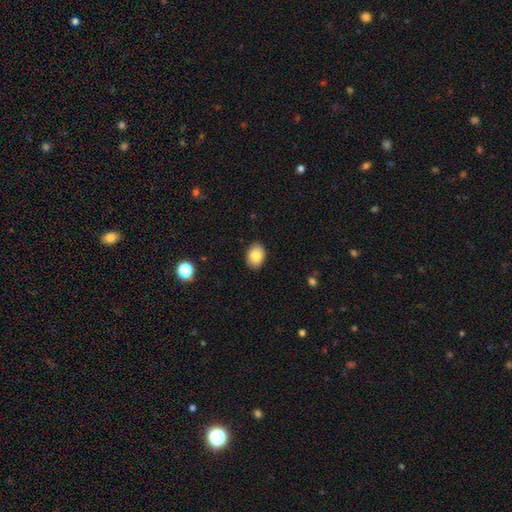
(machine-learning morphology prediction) A smooth galaxy with no disk features (83%) that is in between round and cigar-shaped (72%). Merging: none (88%).